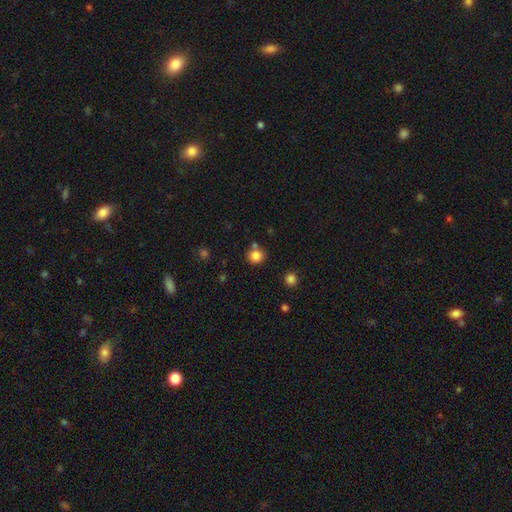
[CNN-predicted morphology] Smooth or featured? smooth (82%)
How rounded? round (89%)
Merging? none (73%)